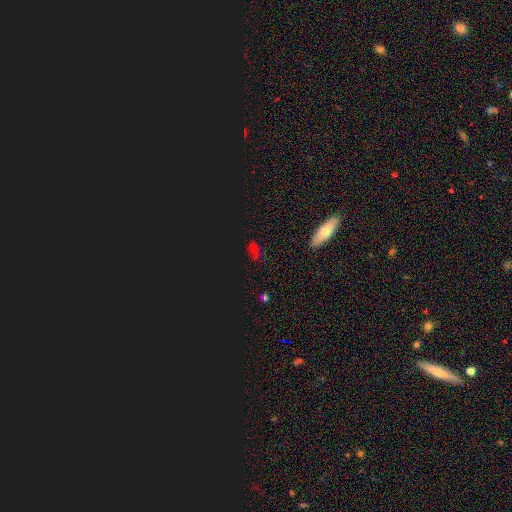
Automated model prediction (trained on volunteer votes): star or artifact 52%, smooth 40%, featured or disk 8%.